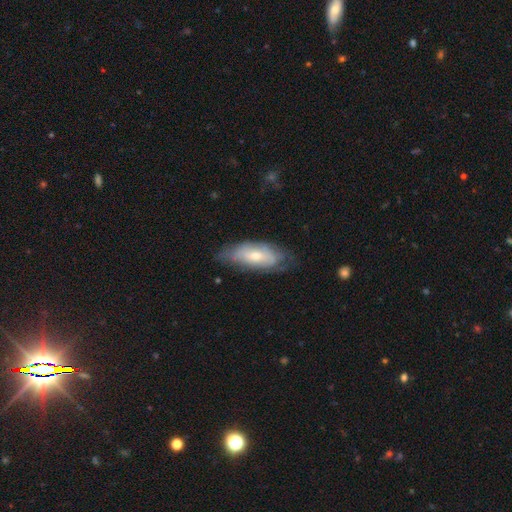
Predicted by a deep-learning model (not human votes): Smooth or featured?
  - smooth: 52% *
  - featured or disk: 42%
  - star or artifact: 6%
How rounded?
  - in between: 81% *
  - cigar-shaped: 16%
  - round: 3%
Merging?
  - none: 59% *
  - minor disturbance: 29%
  - major disturbance: 10%
  - merger: 2%